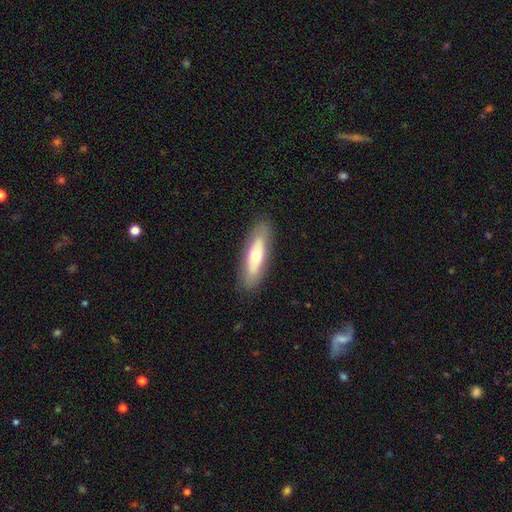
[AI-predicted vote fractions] Smooth or featured? smooth (54%)
How rounded? cigar-shaped (54%)
Merging? none (86%)